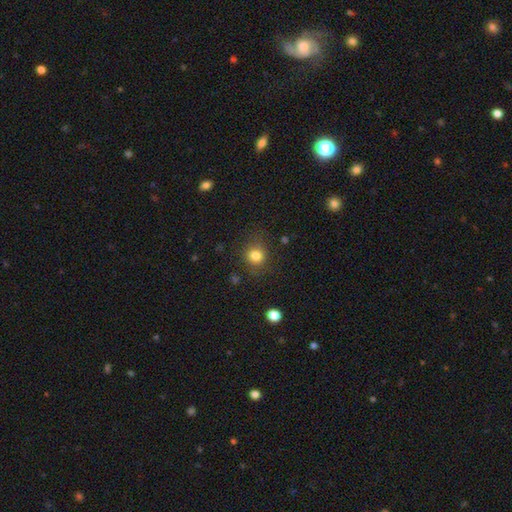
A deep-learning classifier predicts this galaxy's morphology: Smooth or featured?
  - smooth: 82% *
  - star or artifact: 12%
  - featured or disk: 6%
How rounded?
  - round: 82% *
  - in between: 17%
  - cigar-shaped: 1%
Merging?
  - none: 79% *
  - minor disturbance: 14%
  - major disturbance: 5%
  - merger: 2%